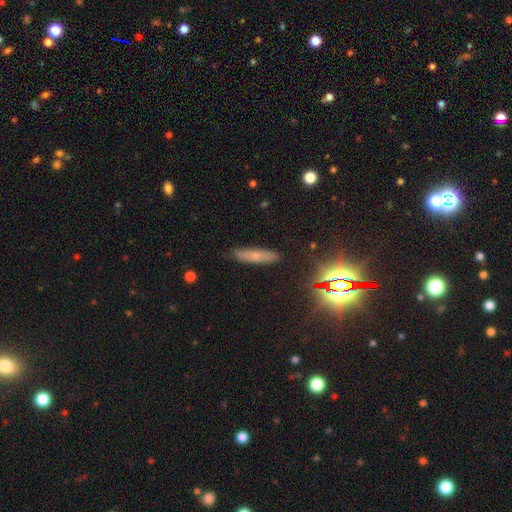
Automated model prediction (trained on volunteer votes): smooth-or-featured: smooth: 60% | featured or disk: 23% | star or artifact: 17%
  how-rounded: cigar-shaped: 77% | in between: 20% | round: 3%
  merging: none: 86% | minor disturbance: 10% | major disturbance: 2% | merger: 1%